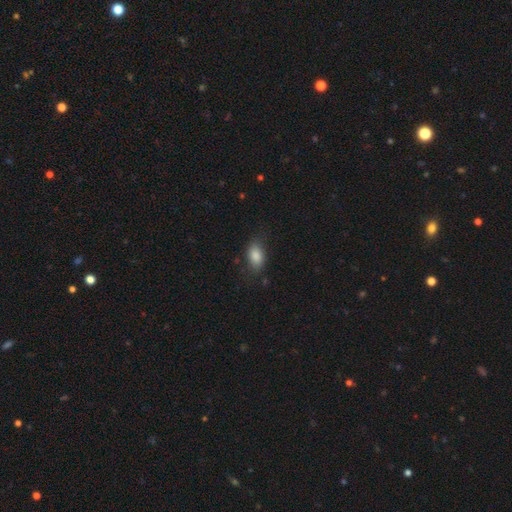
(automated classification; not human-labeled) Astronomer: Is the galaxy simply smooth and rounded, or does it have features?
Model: smooth — 85%.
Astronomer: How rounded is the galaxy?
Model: in between — 89%.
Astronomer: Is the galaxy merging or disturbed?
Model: none — 72%.